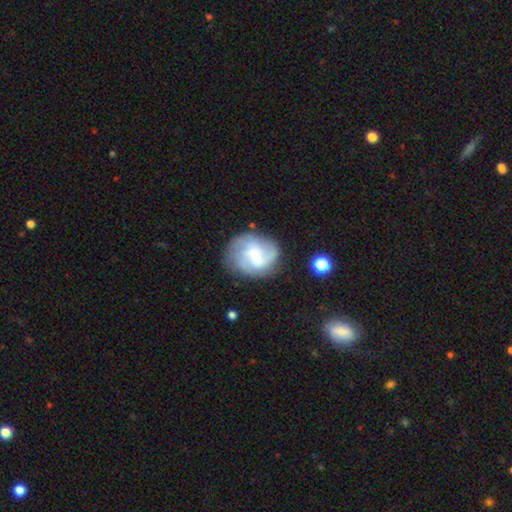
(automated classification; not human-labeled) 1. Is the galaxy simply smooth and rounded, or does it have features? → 53% featured or disk, 39% smooth, 8% star or artifact.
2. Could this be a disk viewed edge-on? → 97% no, 3% yes.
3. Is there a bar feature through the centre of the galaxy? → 50% weak, 35% no, 16% strong.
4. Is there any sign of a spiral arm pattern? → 75% yes, 25% no.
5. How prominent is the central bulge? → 41% small, 33% moderate, 17% none, 8% large, 2% dominant.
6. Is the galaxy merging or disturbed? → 56% none, 23% minor disturbance, 16% major disturbance, 5% merger.